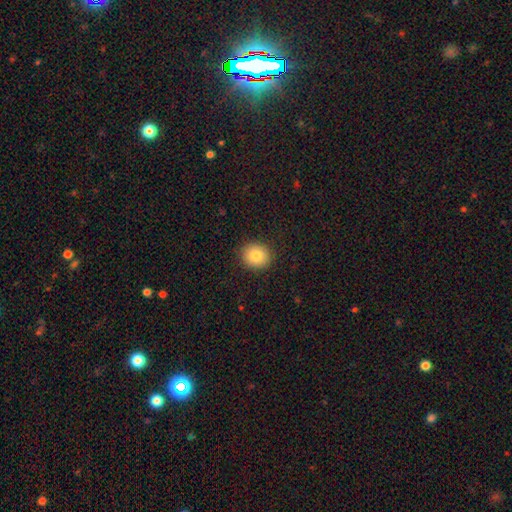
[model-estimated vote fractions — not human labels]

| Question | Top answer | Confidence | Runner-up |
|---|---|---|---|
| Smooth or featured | smooth | 83% | star or artifact (9%) |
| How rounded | round | 80% | in between (19%) |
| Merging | none | 90% | minor disturbance (7%) |